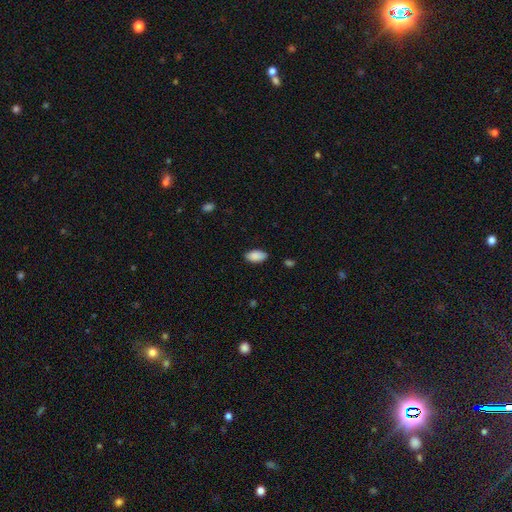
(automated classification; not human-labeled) Overall: smooth (89%). How rounded: in between (94%). Merging: none (84%).